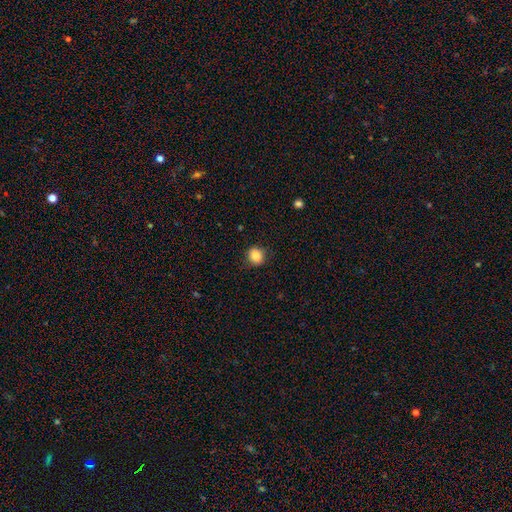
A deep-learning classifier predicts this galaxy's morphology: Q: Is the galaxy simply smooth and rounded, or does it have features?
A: smooth — 86%.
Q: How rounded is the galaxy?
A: round — 80%.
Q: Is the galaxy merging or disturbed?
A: none — 85%.